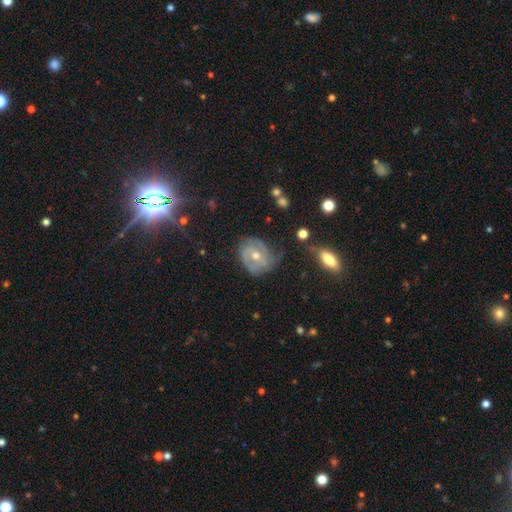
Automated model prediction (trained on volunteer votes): The model was most divided on "spiral arm count": 2: 35%, can't tell: 26%, 3: 25%, 1: 5%, 4: 5%, more than 4: 4%. More confident: edge-on disk — no (96%); spiral arms — yes (90%); smooth or featured — featured or disk (76%); bulge size — moderate (64%); merging — none (63%); spiral winding — tight (59%); bar — no (56%).